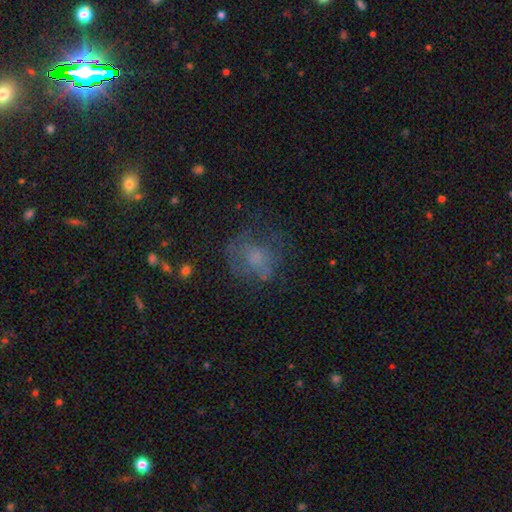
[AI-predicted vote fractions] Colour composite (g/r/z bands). It shows a smooth galaxy with no disk features (37%). Merging: none (62%).